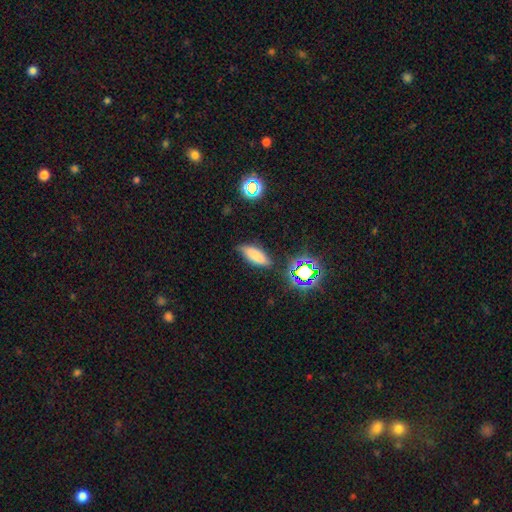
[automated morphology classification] smooth-or-featured: smooth: 74% | star or artifact: 15% | featured or disk: 11%
  how-rounded: in between: 68% | cigar-shaped: 28% | round: 3%
  merging: none: 74% | minor disturbance: 18% | major disturbance: 5% | merger: 3%